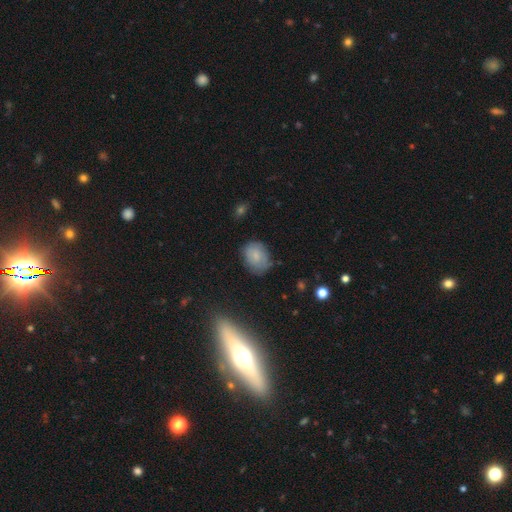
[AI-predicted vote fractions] The model was most divided on "how rounded": in between: 64%, round: 35%, cigar-shaped: 1%. More confident: smooth or featured — smooth (76%); merging — none (70%).